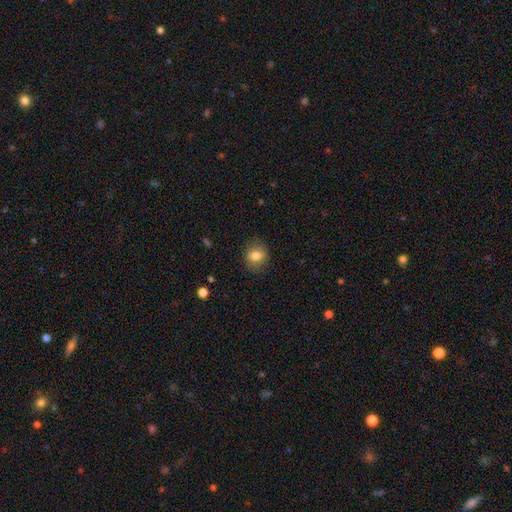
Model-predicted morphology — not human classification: Smooth or featured? smooth (78%)
How rounded? round (63%)
Merging? none (84%)